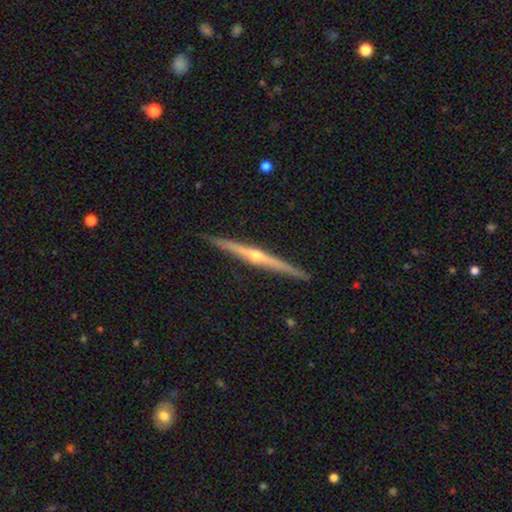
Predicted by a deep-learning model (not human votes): A featured or disk galaxy (85%) viewed edge-on (99%) with a rounded central bulge (89%).

Vote fractions:
- Smooth or featured? featured or disk: 85% / smooth: 10% / star or artifact: 5%
- Edge-on disk? yes: 99% / no: 1%
- Edge-on bulge? rounded: 89% / none: 8% / boxy: 3%
- Merging? none: 93% / minor disturbance: 5% / major disturbance: 1% / merger: 1%